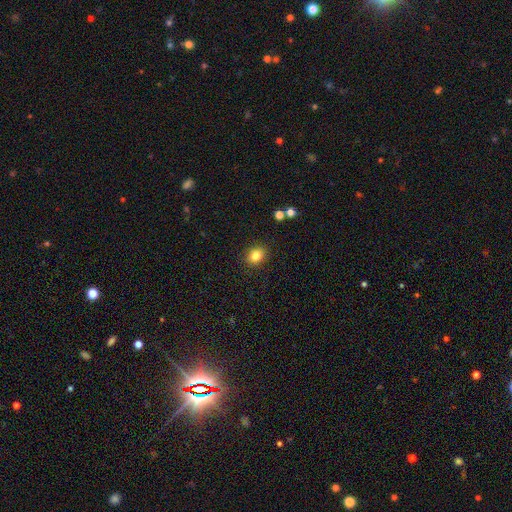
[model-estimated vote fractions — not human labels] smooth_or_featured: smooth (p=0.83) [alt: star or artifact p=0.11]
how_rounded: round (p=0.50) [alt: in between p=0.49]
merging: none (p=0.89) [alt: minor disturbance p=0.07]